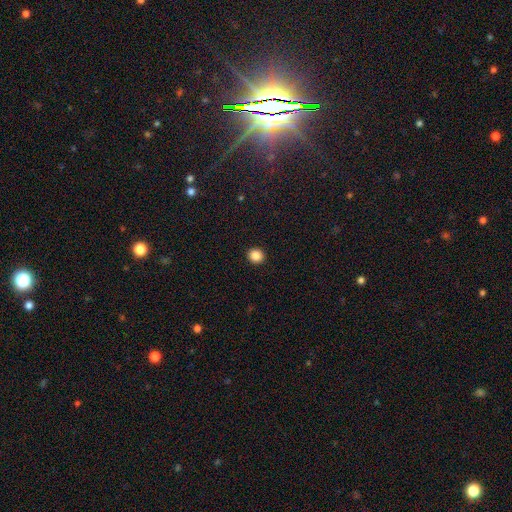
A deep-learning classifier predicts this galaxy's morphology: smooth-or-featured: smooth: 87% | star or artifact: 10% | featured or disk: 3%
  how-rounded: round: 88% | in between: 11% | cigar-shaped: 1%
  merging: none: 93% | minor disturbance: 4% | major disturbance: 2% | merger: 1%